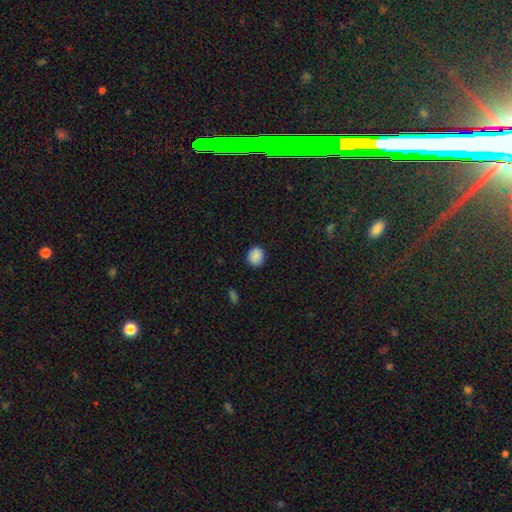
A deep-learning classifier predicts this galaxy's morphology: The model was most divided on "how rounded": round: 79%, in between: 20%, cigar-shaped: 1%. More confident: merging — none (89%); smooth or featured — smooth (88%).